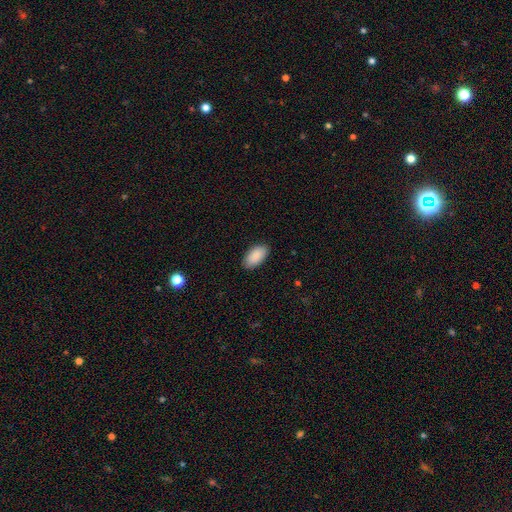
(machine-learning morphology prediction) The model was most divided on "merging": none: 87%, minor disturbance: 10%, major disturbance: 2%, merger: 1%. More confident: how rounded — in between (96%); smooth or featured — smooth (91%).